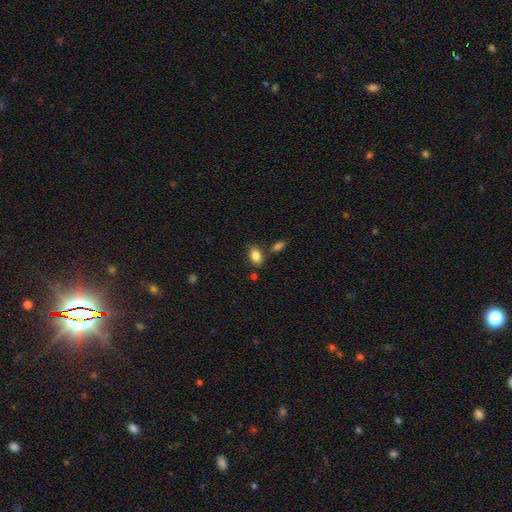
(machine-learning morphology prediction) Smooth or featured?
  - smooth: 85% *
  - star or artifact: 9%
  - featured or disk: 6%
How rounded?
  - in between: 87% *
  - round: 12%
  - cigar-shaped: 2%
Merging?
  - none: 77% *
  - minor disturbance: 11%
  - merger: 9%
  - major disturbance: 3%